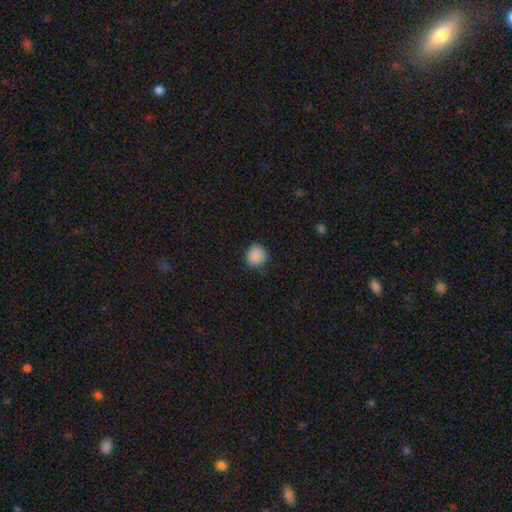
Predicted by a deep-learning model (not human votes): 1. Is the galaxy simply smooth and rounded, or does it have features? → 87% smooth, 9% star or artifact, 3% featured or disk.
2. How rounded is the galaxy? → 87% round, 12% in between, 1% cigar-shaped.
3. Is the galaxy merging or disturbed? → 78% none, 17% minor disturbance, 4% major disturbance, 1% merger.